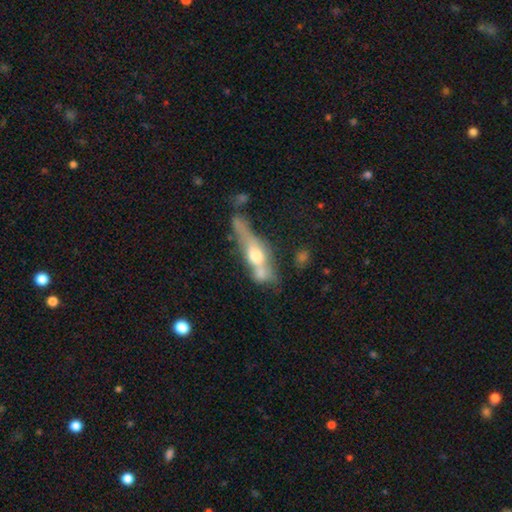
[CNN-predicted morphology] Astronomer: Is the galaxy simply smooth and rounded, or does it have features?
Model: featured or disk — 52% (runner-up: smooth, 39%).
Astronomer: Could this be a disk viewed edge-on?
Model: yes — 65%.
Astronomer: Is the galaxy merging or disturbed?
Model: merger — 33% (runner-up: none, 28%).